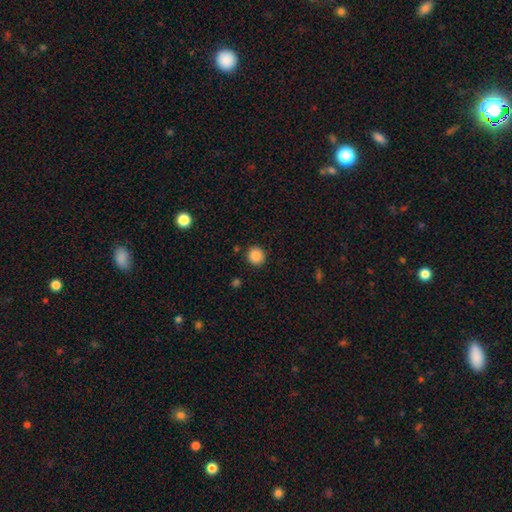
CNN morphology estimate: This is clearly a smooth galaxy (88%). How rounded: clearly round (90%). Merging: clearly none (90%).